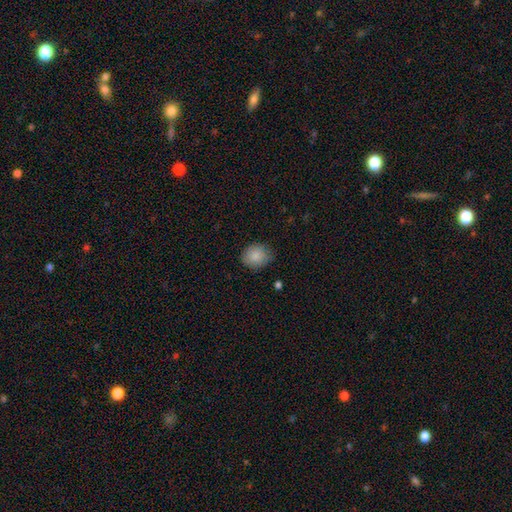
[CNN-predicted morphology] Overall: smooth (86%). How rounded: round (61%; in between 38%). Merging: none (79%).